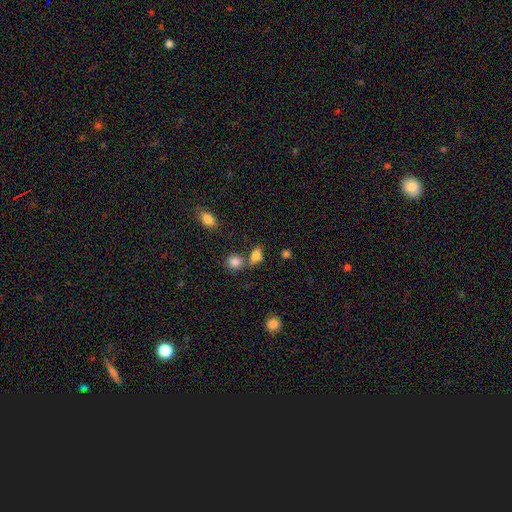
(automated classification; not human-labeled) A smooth galaxy with no disk features (79%) that is in between round and cigar-shaped (71%). Merging: none (48%).